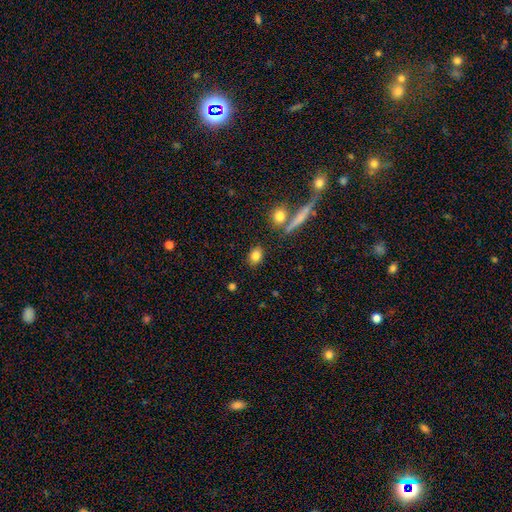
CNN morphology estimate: A smooth galaxy with no disk features (82%) that is in between round and cigar-shaped (66%). Merging: none (84%).